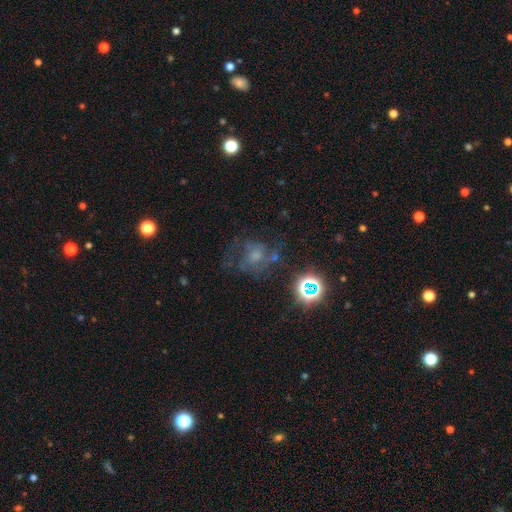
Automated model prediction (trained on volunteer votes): Morphology: type=featured or disk (40%); merging=none (47%).